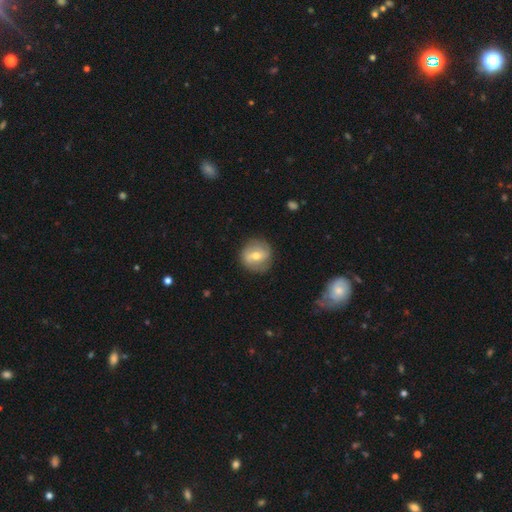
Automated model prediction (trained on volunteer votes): A featured or disk galaxy (52%). Merging: none (82%).